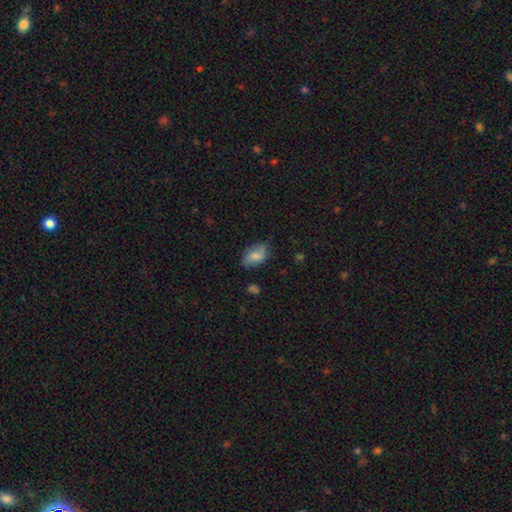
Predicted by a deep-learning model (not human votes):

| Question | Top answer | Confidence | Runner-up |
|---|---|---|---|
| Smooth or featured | smooth | 70% | featured or disk (23%) |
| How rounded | in between | 90% | round (7%) |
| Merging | none | 69% | minor disturbance (24%) |